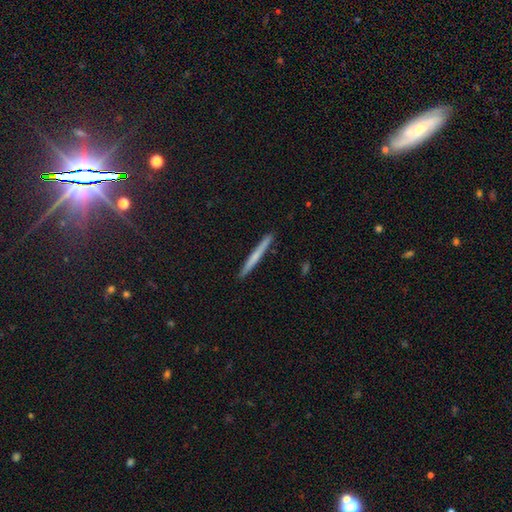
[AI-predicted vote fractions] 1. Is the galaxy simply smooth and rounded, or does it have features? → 51% smooth, 43% featured or disk, 7% star or artifact.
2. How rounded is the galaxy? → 97% cigar-shaped, 2% in between, 1% round.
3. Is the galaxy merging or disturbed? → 92% none, 5% minor disturbance, 1% major disturbance, 1% merger.